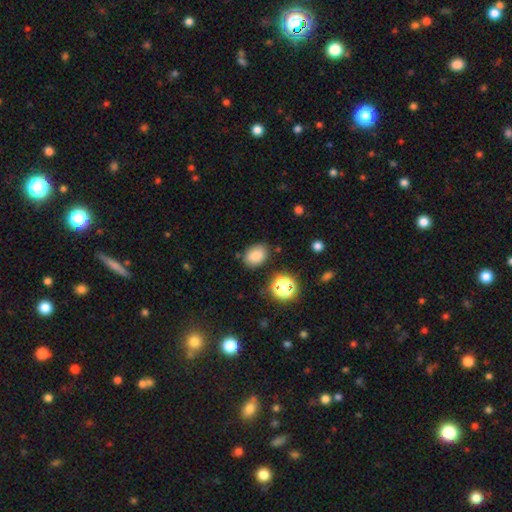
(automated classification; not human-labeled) This appears to be a smooth galaxy with no disk features (81%) that is in between round and cigar-shaped (68%). Merging: none (80%).